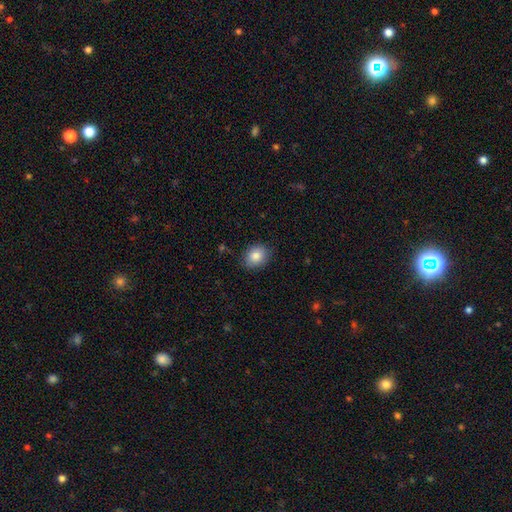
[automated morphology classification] Smooth or featured: smooth — 84% (star or artifact — 8%)
How rounded: in between — 51% (round — 48%)
Merging: none — 84% (minor disturbance — 12%)